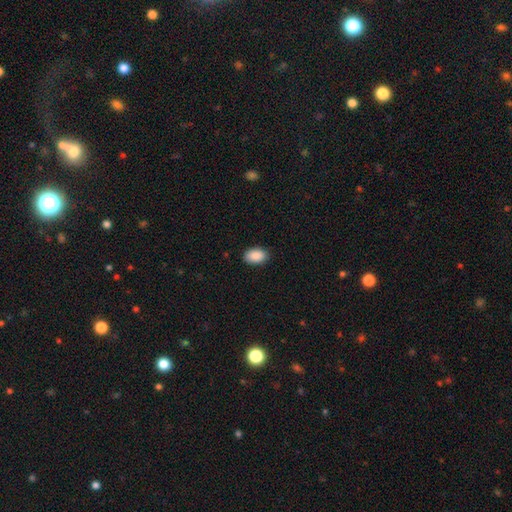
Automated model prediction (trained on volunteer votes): smooth_or_featured: smooth (p=0.90) [alt: star or artifact p=0.07]
how_rounded: in between (p=0.91) [alt: round p=0.08]
merging: none (p=0.88) [alt: minor disturbance p=0.09]